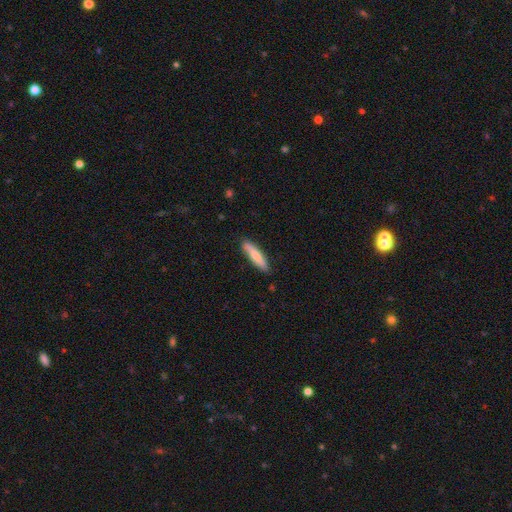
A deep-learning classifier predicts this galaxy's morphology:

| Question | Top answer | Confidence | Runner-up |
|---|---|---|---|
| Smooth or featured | smooth | 71% | featured or disk (24%) |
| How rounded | cigar-shaped | 84% | in between (15%) |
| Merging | none | 86% | minor disturbance (11%) |